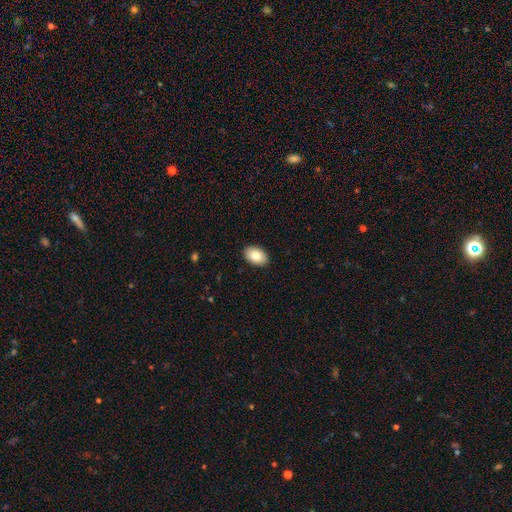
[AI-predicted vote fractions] Smooth or featured? Predicted: smooth (p=0.82). How rounded? Predicted: in between (p=0.91). Merging? Predicted: none (p=0.91).